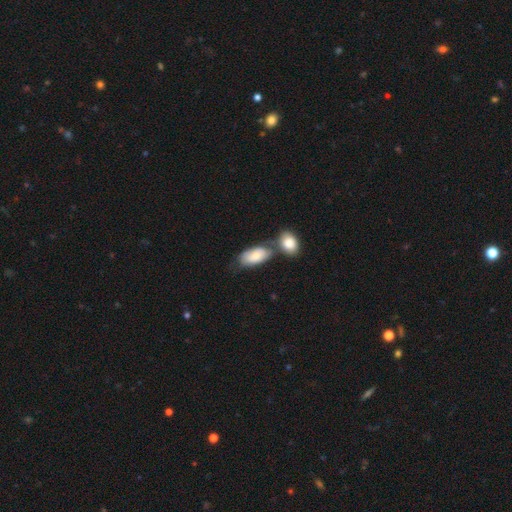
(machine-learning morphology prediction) This is likely a smooth galaxy (76%). How rounded: clearly in between (93%). Merging: marginally merger (42%).